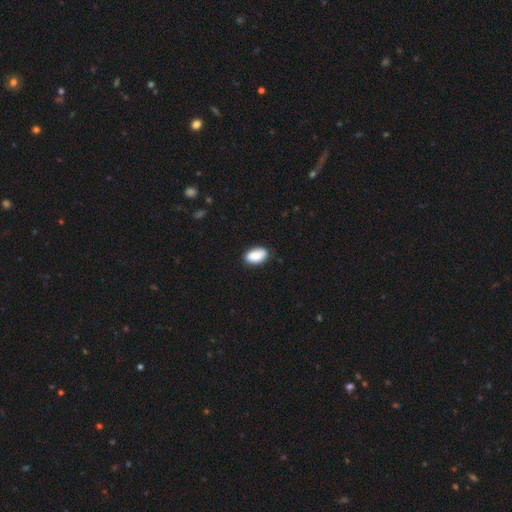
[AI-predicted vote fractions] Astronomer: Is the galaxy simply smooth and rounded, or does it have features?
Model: smooth — 85%.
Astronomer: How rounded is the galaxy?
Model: in between — 93%.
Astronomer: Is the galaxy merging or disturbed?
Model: none — 81%.